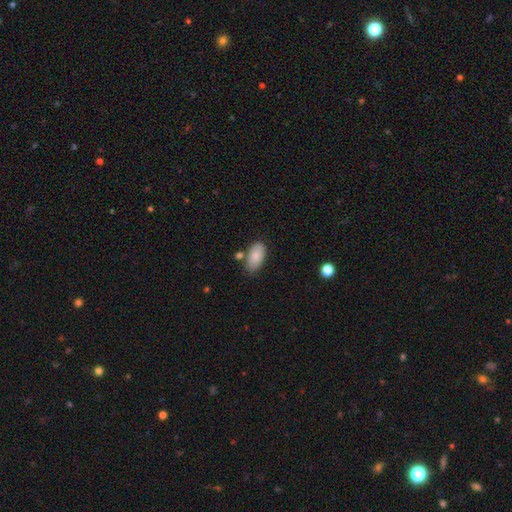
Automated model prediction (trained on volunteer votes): Overall: smooth (86%). How rounded: in between (94%). Merging: none (73%).